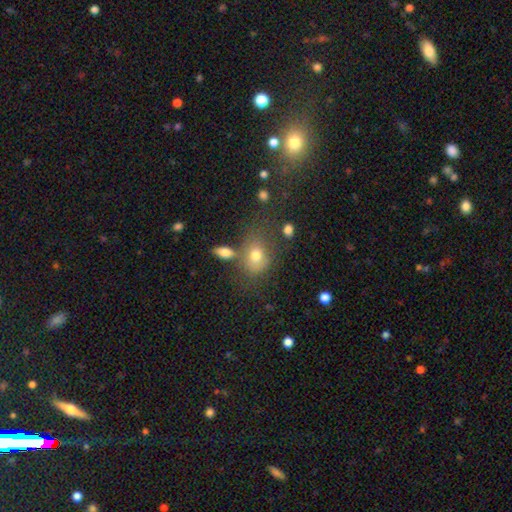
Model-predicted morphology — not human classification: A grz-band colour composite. It shows a smooth galaxy with no disk features (73%) that is in between round and cigar-shaped (53%). Merging: none (50%).